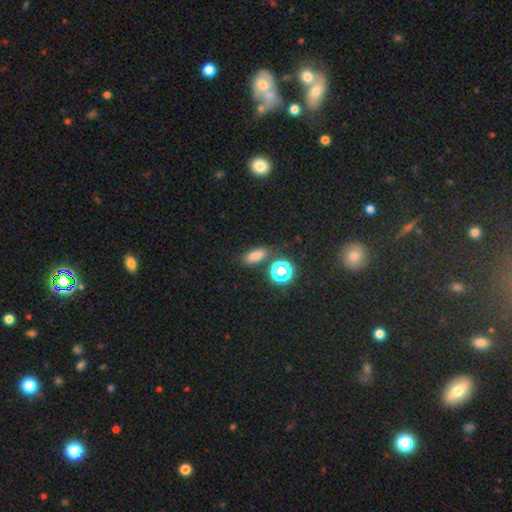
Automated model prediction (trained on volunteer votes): smooth 73%, star or artifact 22%, featured or disk 6%. Down the decision tree: how rounded — in between (72%); merging — none (78%).